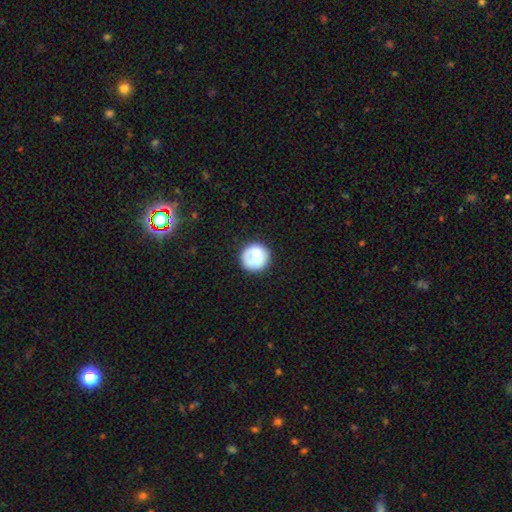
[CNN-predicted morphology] Q: Smooth or featured?
A: smooth (73%); runner-up: featured or disk (20%)
Q: How rounded?
A: round (92%); runner-up: in between (7%)
Q: Merging?
A: none (76%); runner-up: minor disturbance (16%)